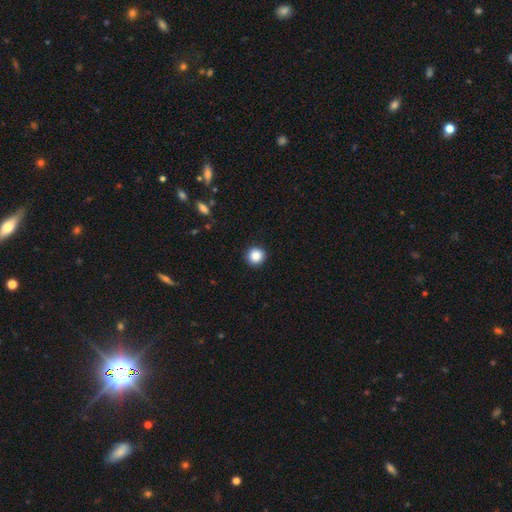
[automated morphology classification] Smooth or featured: smooth — 86% (star or artifact — 10%)
How rounded: round — 94% (in between — 5%)
Merging: none — 92% (minor disturbance — 6%)